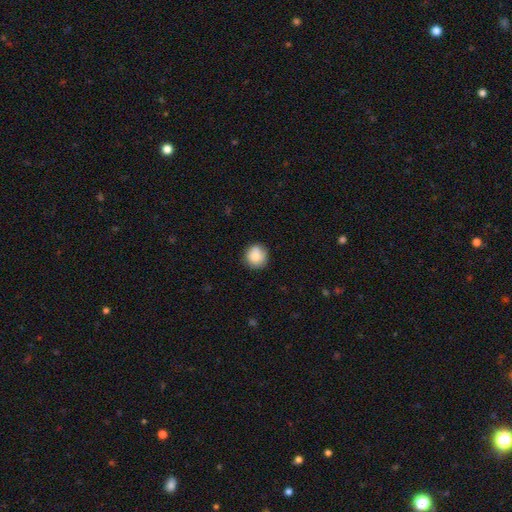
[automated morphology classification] Q: Smooth or featured?
A: smooth (86%); runner-up: star or artifact (8%)
Q: How rounded?
A: round (92%); runner-up: in between (7%)
Q: Merging?
A: none (84%); runner-up: minor disturbance (12%)